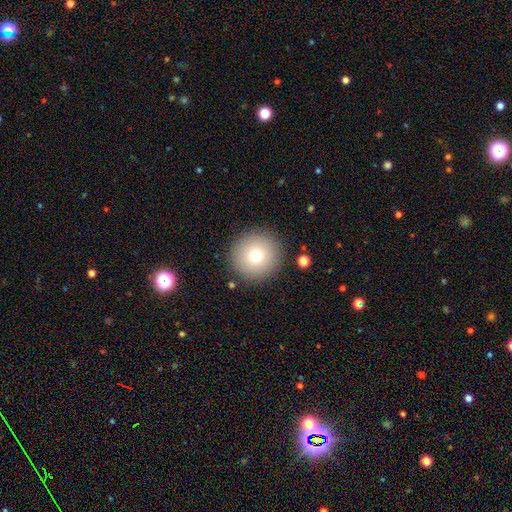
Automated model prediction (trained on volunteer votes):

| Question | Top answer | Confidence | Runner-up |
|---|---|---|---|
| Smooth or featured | smooth | 77% | featured or disk (12%) |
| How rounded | round | 96% | in between (3%) |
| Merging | none | 89% | minor disturbance (6%) |